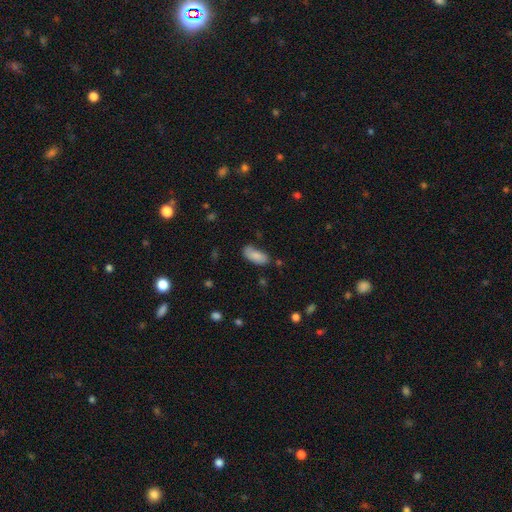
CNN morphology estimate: Smooth or featured: smooth — 83% (featured or disk — 10%)
How rounded: in between — 87% (cigar-shaped — 11%)
Merging: none — 62% (minor disturbance — 27%)